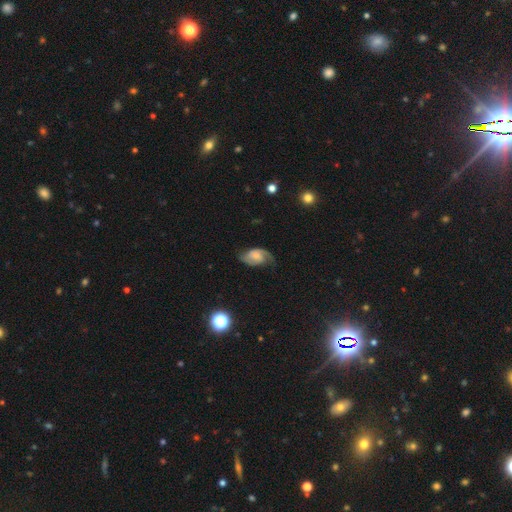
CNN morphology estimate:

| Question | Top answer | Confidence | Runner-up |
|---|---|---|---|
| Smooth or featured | featured or disk | 63% | smooth (28%) |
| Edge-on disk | no | 96% | yes (4%) |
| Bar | no | 57% | weak (35%) |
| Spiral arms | yes | 91% | no (9%) |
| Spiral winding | medium | 45% | loose (29%) |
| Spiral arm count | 2 | 81% | can't tell (9%) |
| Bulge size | small | 45% | moderate (28%) |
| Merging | none | 62% | minor disturbance (25%) |